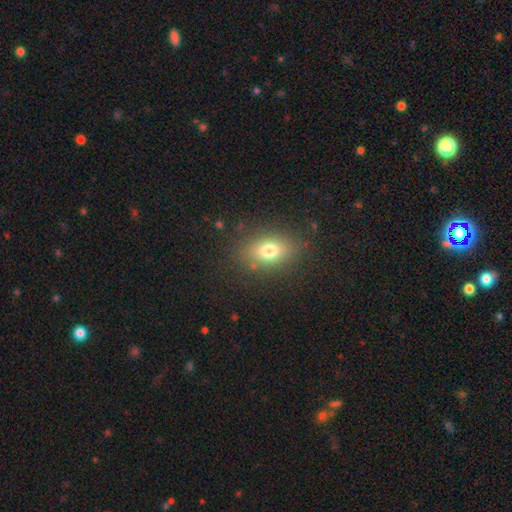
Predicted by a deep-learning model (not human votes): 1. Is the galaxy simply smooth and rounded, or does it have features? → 76% smooth, 13% featured or disk, 12% star or artifact.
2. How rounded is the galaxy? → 78% in between, 19% round, 3% cigar-shaped.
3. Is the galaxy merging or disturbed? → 84% none, 11% minor disturbance, 4% major disturbance, 2% merger.